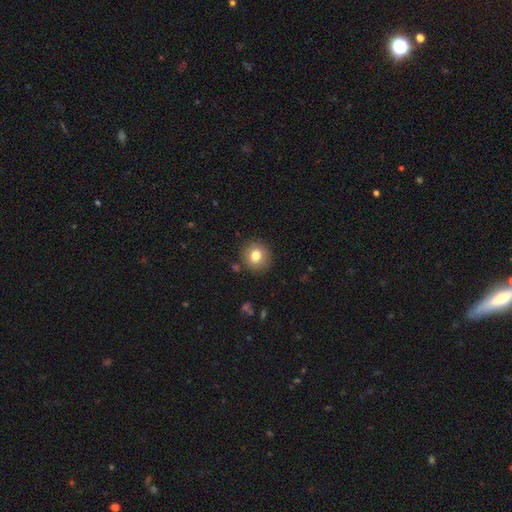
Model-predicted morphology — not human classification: A smooth galaxy with no disk features (78%) that is round (88%). Merging: none (88%).